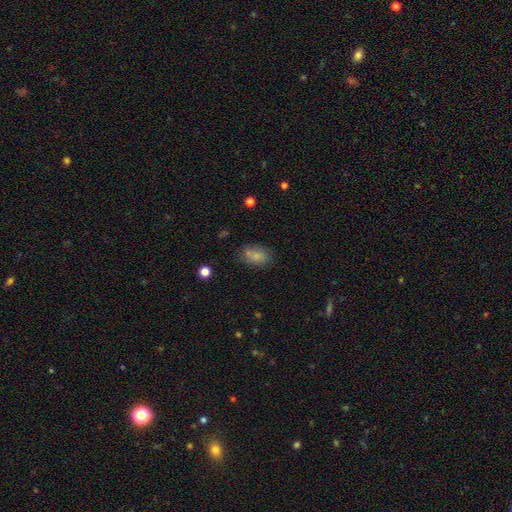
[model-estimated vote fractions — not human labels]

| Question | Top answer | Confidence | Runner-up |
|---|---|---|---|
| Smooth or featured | smooth | 81% | star or artifact (10%) |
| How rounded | in between | 87% | round (10%) |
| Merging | none | 65% | minor disturbance (20%) |